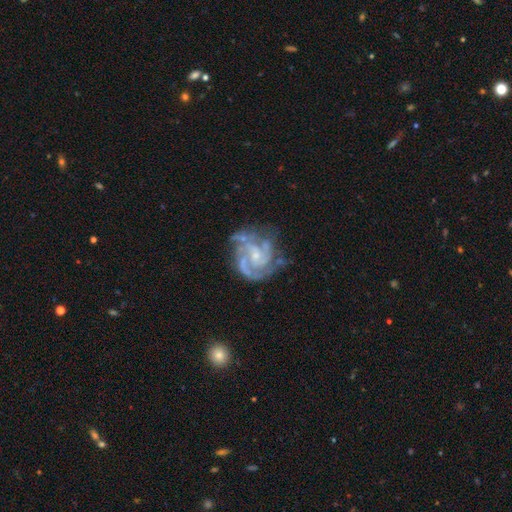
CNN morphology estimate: Overall: featured or disk (91%). Edge-on disk: no (98%). Bar: no (54%; weak 37%). Spiral arms: yes (98%). Spiral arm count: 2 (38%; 3 37%). Spiral winding: tight (50%; medium 44%). Bulge size: small (65%). Merging: none (64%).